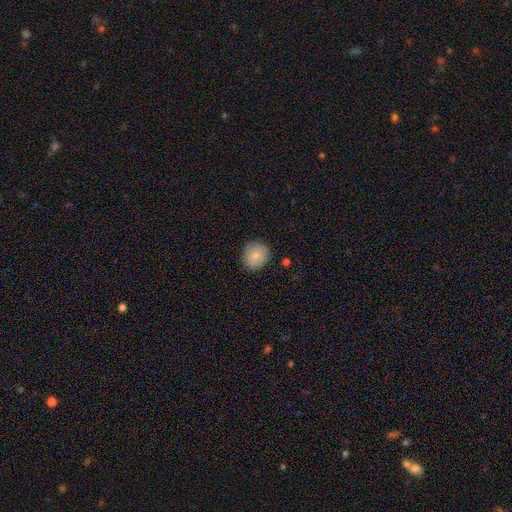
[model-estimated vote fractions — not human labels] Overall: smooth (76%). How rounded: round (84%). Merging: none (82%).